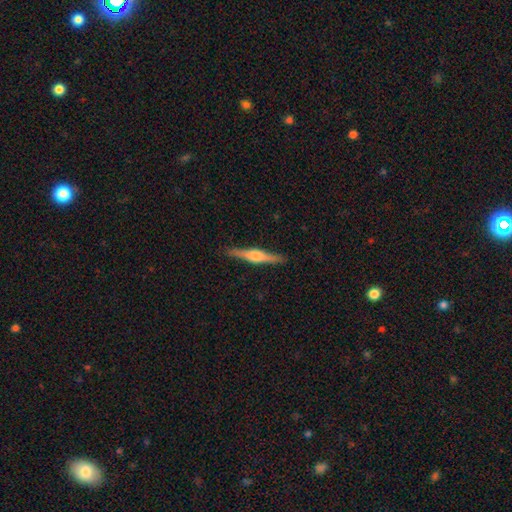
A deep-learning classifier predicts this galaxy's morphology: Smooth or featured? featured or disk (69%)
Edge-on disk? yes (98%)
Edge-on bulge? rounded (84%)
Merging? none (91%)